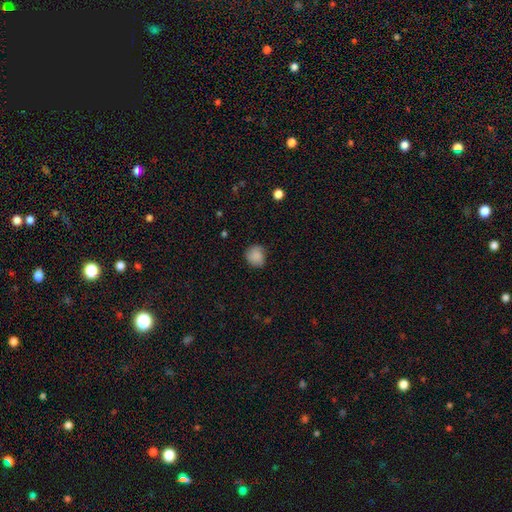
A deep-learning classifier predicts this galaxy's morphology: smooth 86%, star or artifact 9%, featured or disk 5%. Down the decision tree: how rounded — round (84%); merging — none (78%).